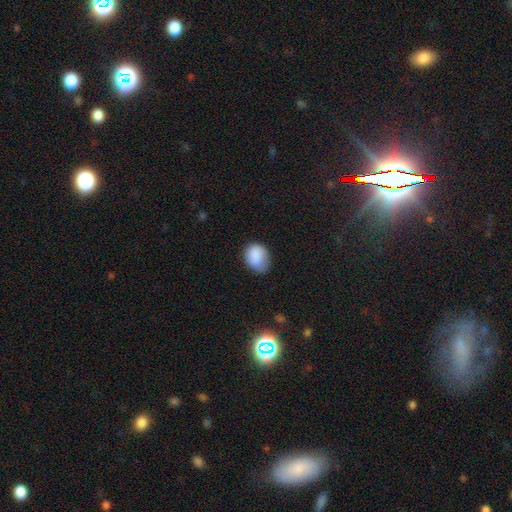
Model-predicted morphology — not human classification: smooth-or-featured: smooth: 85% | star or artifact: 8% | featured or disk: 7%
  how-rounded: in between: 59% | round: 40% | cigar-shaped: 1%
  merging: none: 61% | minor disturbance: 30% | major disturbance: 8% | merger: 2%